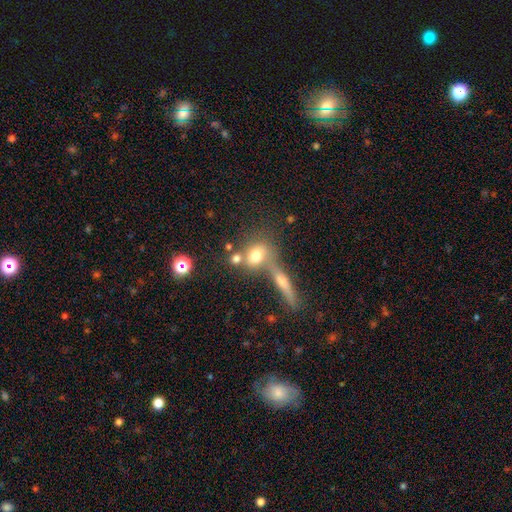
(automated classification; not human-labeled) smooth 68%, featured or disk 18%, star or artifact 14%. Down the decision tree: how rounded — round (59%); merging — none (50%).